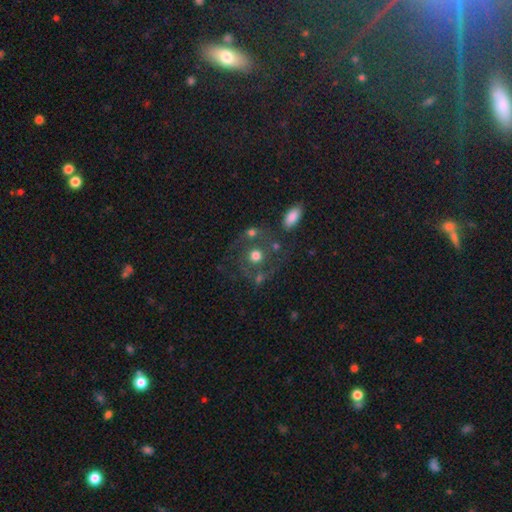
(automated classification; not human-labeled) Smooth or featured: smooth — 52% (featured or disk — 36%)
How rounded: round — 87% (in between — 12%)
Merging: none — 64% (minor disturbance — 14%)